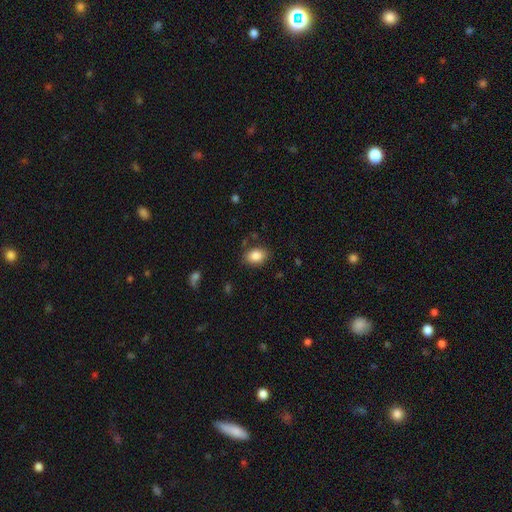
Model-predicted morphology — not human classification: This appears to be a smooth galaxy with no disk features (86%) that is in between round and cigar-shaped (71%). Merging: none (82%).